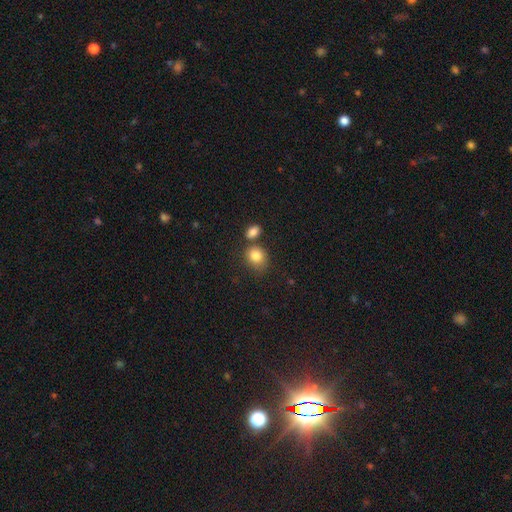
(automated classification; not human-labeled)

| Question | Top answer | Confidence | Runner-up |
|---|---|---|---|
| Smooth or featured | smooth | 84% | star or artifact (9%) |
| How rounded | round | 56% | in between (43%) |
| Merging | none | 55% | merger (23%) |